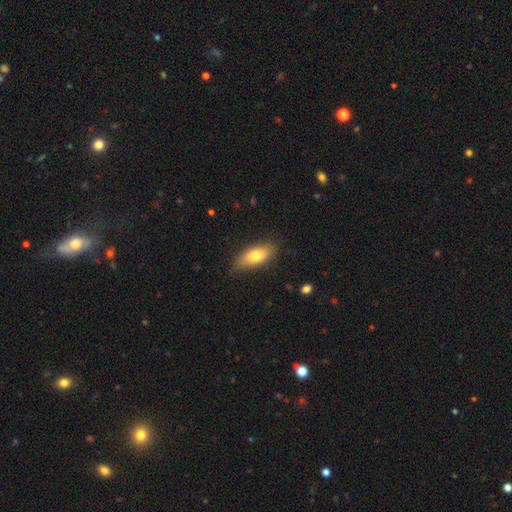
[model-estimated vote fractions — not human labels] Overall: smooth (74%). How rounded: in between (80%). Merging: none (82%).